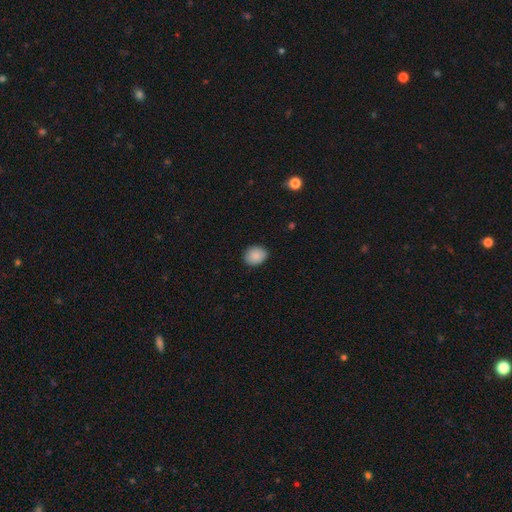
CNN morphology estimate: Smooth or featured? Predicted: smooth (p=0.88). How rounded? Predicted: round (p=0.60). Merging? Predicted: none (p=0.88).